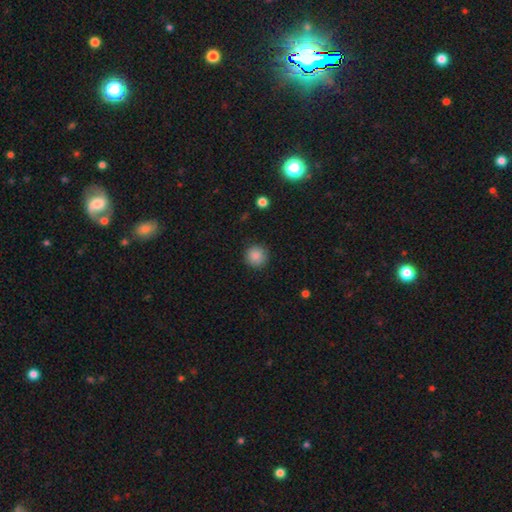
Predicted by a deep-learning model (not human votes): Smooth or featured: smooth — 87% (star or artifact — 9%)
How rounded: round — 95% (in between — 4%)
Merging: none — 89% (minor disturbance — 7%)